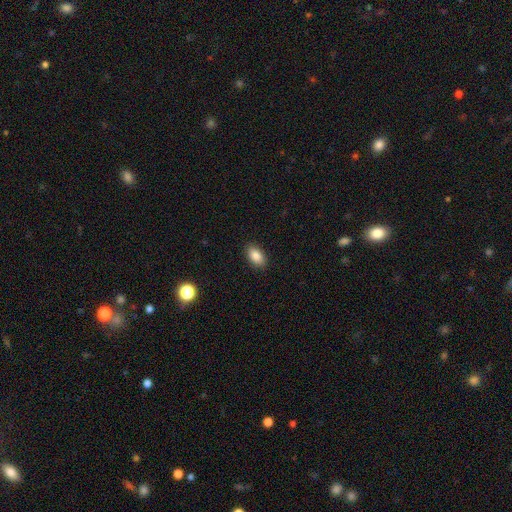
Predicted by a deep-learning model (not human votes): A smooth galaxy with no disk features (87%) that is in between round and cigar-shaped (91%).

Vote fractions:
- Smooth or featured? smooth: 87% / star or artifact: 8% / featured or disk: 6%
- How rounded? in between: 91% / round: 7% / cigar-shaped: 2%
- Merging? none: 89% / minor disturbance: 8% / major disturbance: 2% / merger: 1%